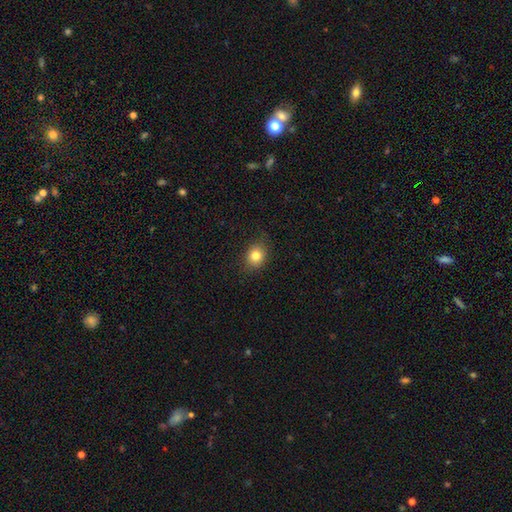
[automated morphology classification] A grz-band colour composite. It shows a smooth galaxy with no disk features (81%) that is round (61%). Merging: none (83%).